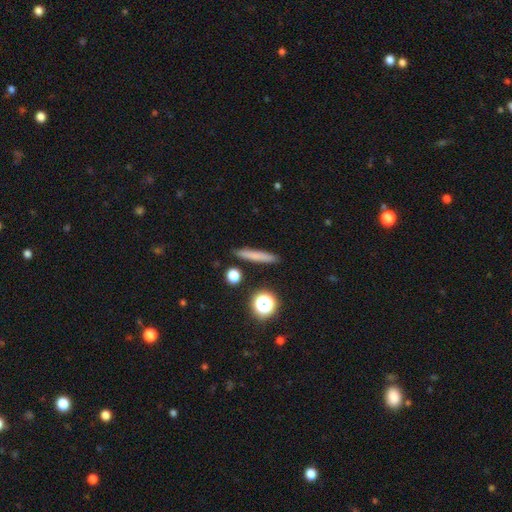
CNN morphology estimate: Q: Smooth or featured?
A: smooth (72%); runner-up: featured or disk (18%)
Q: How rounded?
A: cigar-shaped (90%); runner-up: in between (5%)
Q: Merging?
A: none (89%); runner-up: minor disturbance (7%)